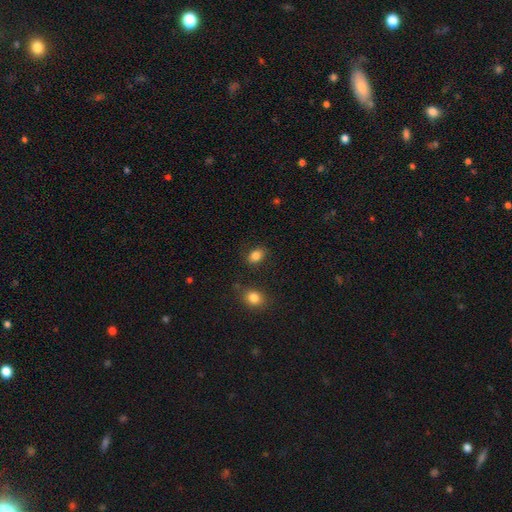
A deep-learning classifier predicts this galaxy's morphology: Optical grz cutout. It shows a smooth galaxy with no disk features (84%) that is in between round and cigar-shaped (70%). Merging: none (82%).